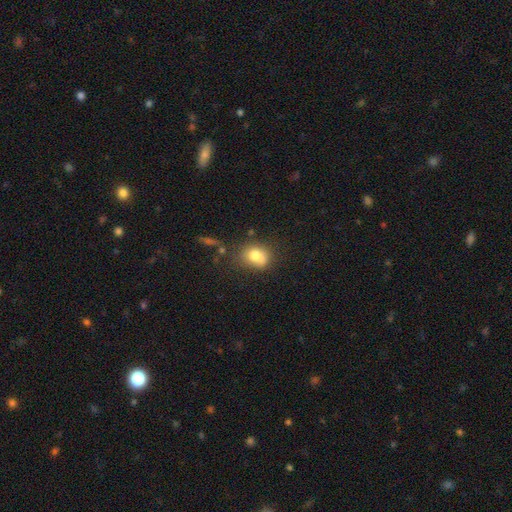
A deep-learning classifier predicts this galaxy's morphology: This appears to be a smooth galaxy with no disk features (76%) that is round (55%). Merging: none (52%).